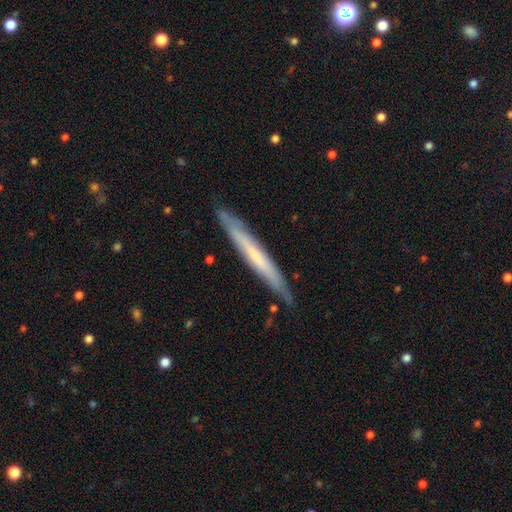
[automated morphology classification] smooth_or_featured: featured or disk (p=0.48) [alt: smooth p=0.46]
merging: none (p=0.85) [alt: minor disturbance p=0.12]